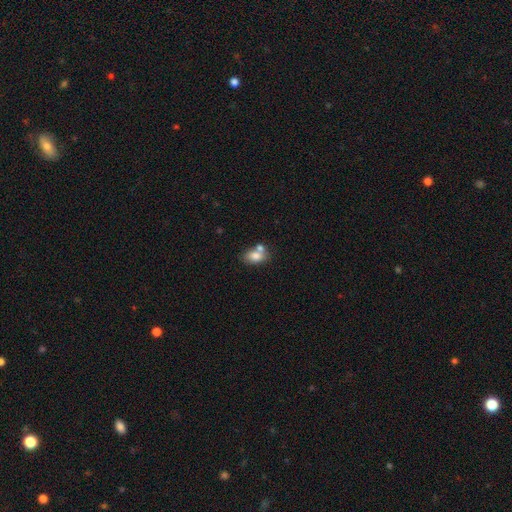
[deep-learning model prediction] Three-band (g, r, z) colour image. It shows a smooth galaxy with no disk features (78%) that is in between round and cigar-shaped (82%). Merging: none (49%).